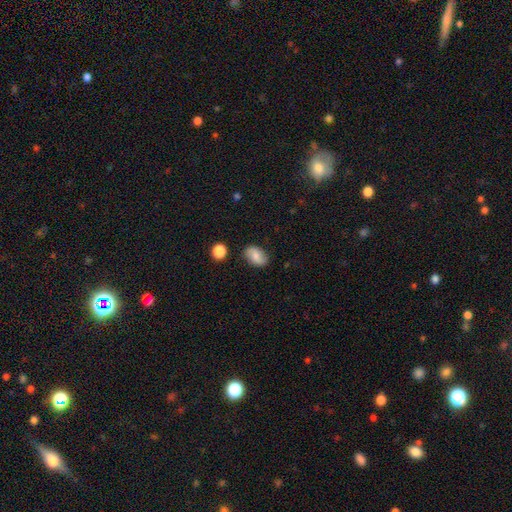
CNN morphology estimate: Smooth or featured: smooth — 68% (featured or disk — 24%)
How rounded: in between — 86% (round — 12%)
Merging: none — 81% (minor disturbance — 14%)